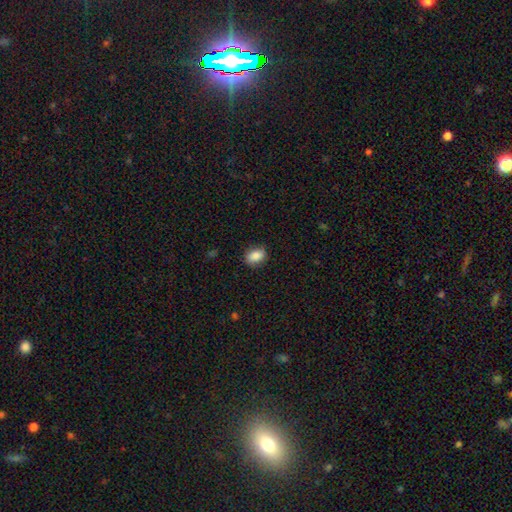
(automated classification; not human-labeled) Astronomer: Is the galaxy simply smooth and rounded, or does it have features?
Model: smooth — 86%.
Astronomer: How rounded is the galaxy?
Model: in between — 78%.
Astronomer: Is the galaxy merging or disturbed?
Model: none — 84%.